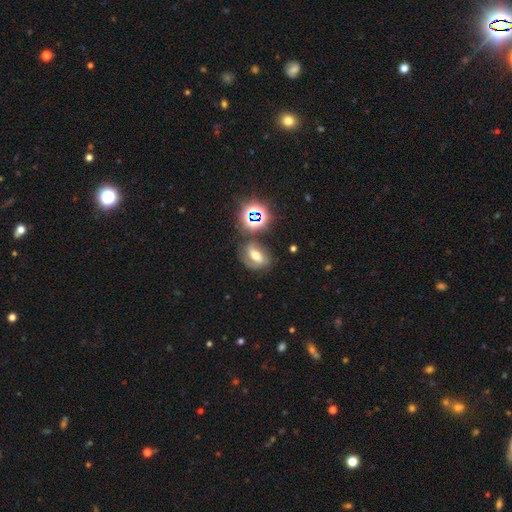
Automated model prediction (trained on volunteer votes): This is marginally a featured or disk galaxy (43%). Merging: likely none (63%).